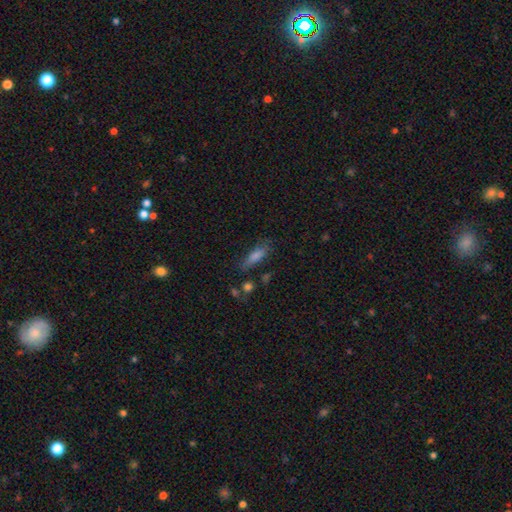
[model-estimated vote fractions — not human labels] Morphology: type=smooth (67%); roundness=cigar-shaped (60%); merging=none (69%).